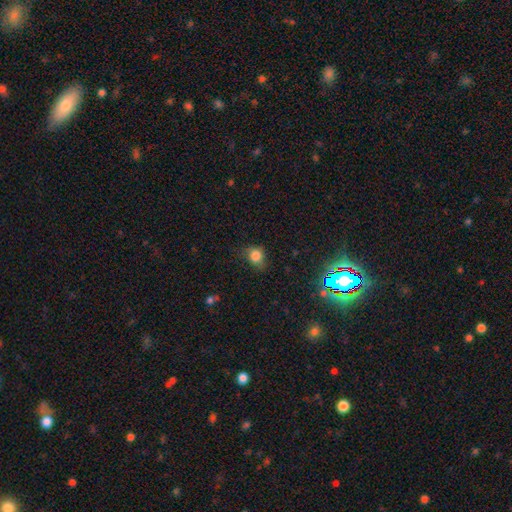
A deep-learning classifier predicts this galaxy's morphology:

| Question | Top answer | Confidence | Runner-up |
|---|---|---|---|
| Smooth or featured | smooth | 79% | star or artifact (14%) |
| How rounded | round | 69% | in between (30%) |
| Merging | none | 61% | minor disturbance (28%) |